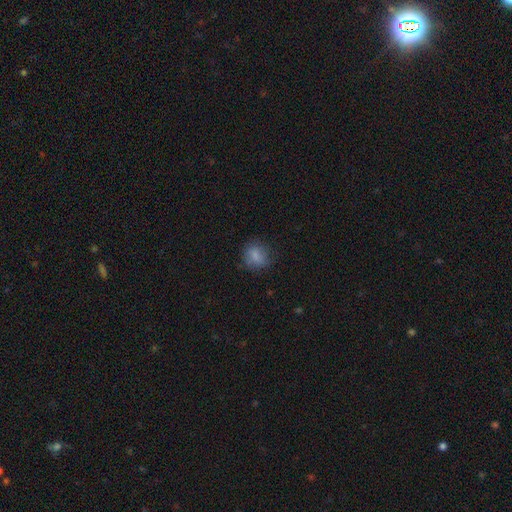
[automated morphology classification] Overall: smooth (80%). How rounded: round (68%; in between 30%). Merging: none (72%).